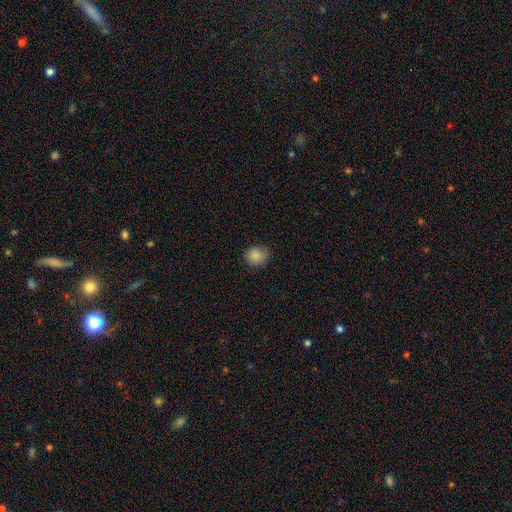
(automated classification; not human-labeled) smooth 84%, star or artifact 9%, featured or disk 6%. Down the decision tree: how rounded — round (78%); merging — none (76%).